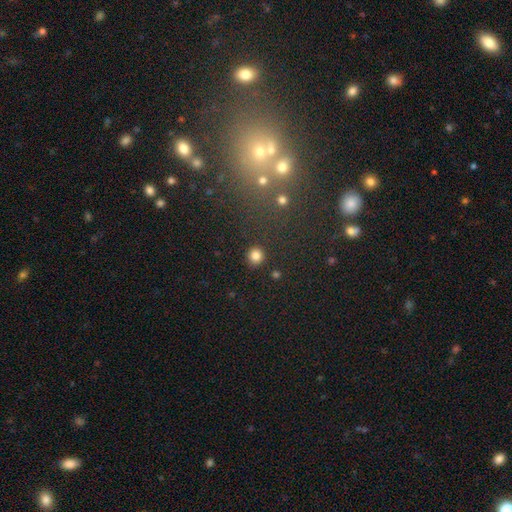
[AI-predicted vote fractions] Overall: smooth (83%). How rounded: round (93%). Merging: none (91%).